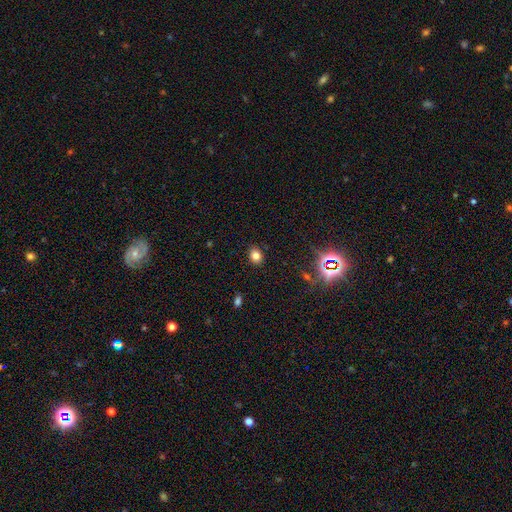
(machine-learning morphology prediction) smooth_or_featured: smooth (p=0.79) [alt: star or artifact p=0.15]
how_rounded: in between (p=0.51) [alt: round p=0.47]
merging: none (p=0.88) [alt: minor disturbance p=0.08]